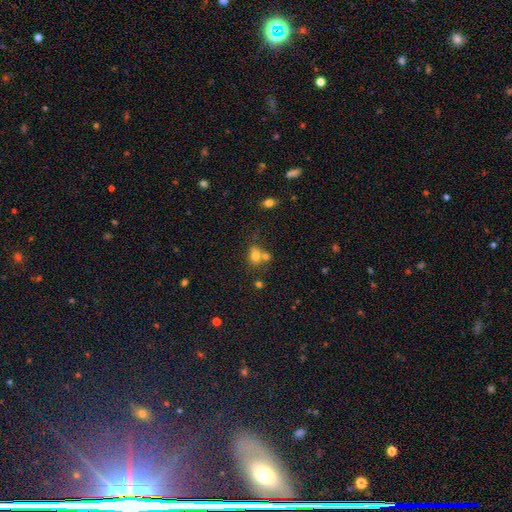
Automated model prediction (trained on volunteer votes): smooth_or_featured: smooth (p=0.73) [alt: star or artifact p=0.14]
how_rounded: in between (p=0.51) [alt: round p=0.48]
merging: merger (p=0.45) [alt: none p=0.39]